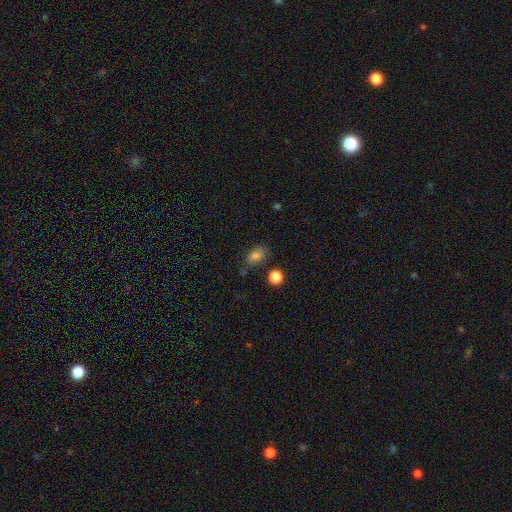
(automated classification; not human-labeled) This is clearly a smooth galaxy (83%). How rounded: clearly in between (83%). Merging: likely none (71%).